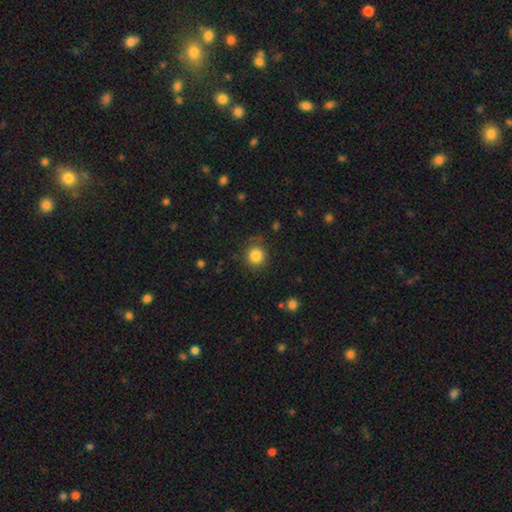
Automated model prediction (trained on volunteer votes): Smooth or featured? smooth (84%)
How rounded? round (90%)
Merging? none (80%)